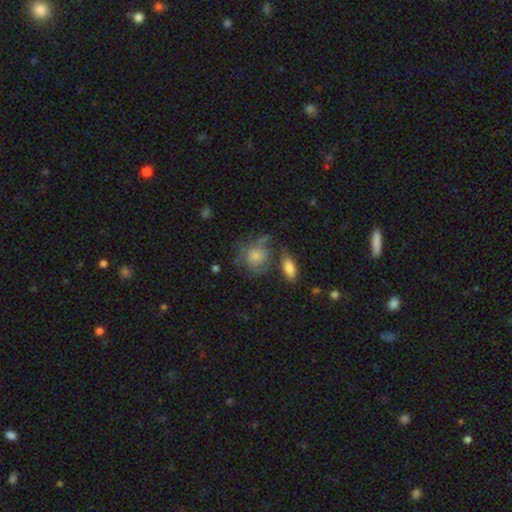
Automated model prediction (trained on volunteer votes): Smooth or featured? Predicted: smooth (p=0.51). How rounded? Predicted: round (p=0.72). Merging? Predicted: none (p=0.51).